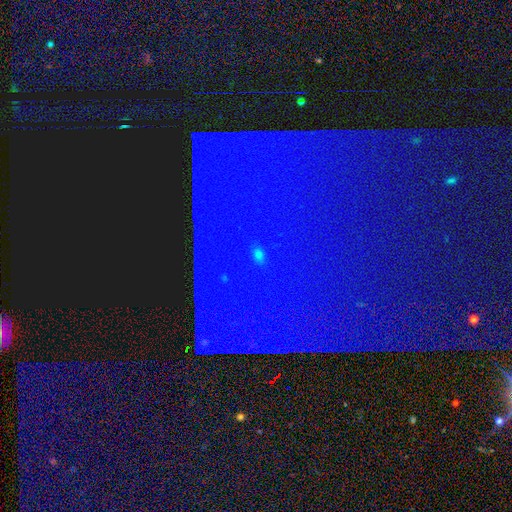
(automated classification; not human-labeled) The model was most divided on "smooth or featured": star or artifact: 88%, featured or disk: 6%, smooth: 6%.